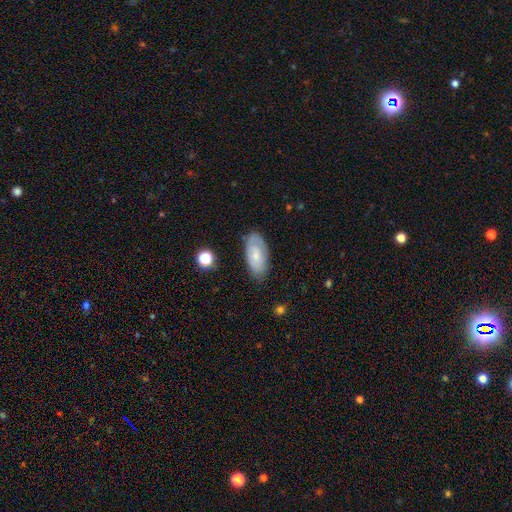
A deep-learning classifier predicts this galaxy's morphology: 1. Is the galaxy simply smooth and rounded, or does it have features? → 57% smooth, 36% featured or disk, 7% star or artifact.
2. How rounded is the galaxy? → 91% in between, 6% cigar-shaped, 3% round.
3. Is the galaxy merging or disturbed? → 76% none, 18% minor disturbance, 4% major disturbance, 2% merger.